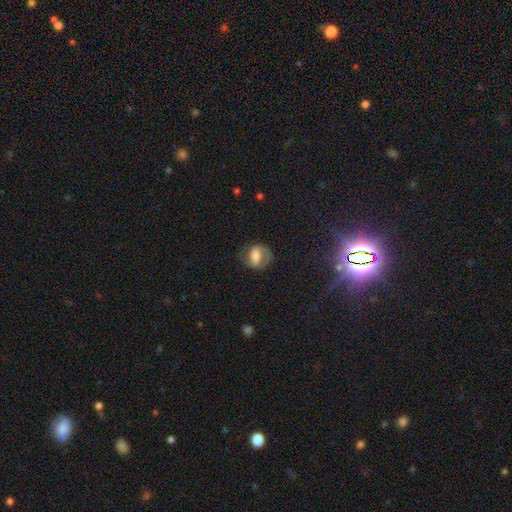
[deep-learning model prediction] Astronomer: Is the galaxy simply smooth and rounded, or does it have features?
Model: featured or disk — 56% (runner-up: smooth, 36%).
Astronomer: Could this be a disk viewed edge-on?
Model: no — 96%.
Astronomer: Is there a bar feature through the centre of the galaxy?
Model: weak — 40% (runner-up: strong, 38%).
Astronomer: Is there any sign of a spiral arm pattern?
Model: yes — 80%.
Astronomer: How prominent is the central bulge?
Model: moderate — 42% (runner-up: large, 23%).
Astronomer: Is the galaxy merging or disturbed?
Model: none — 64%.